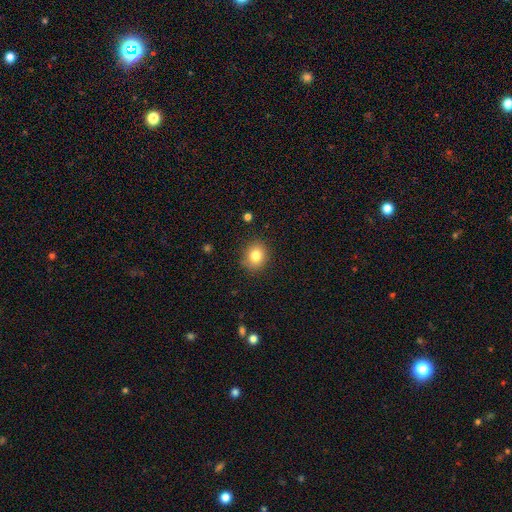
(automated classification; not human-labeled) Smooth or featured? Predicted: smooth (p=0.82). How rounded? Predicted: round (p=0.69). Merging? Predicted: none (p=0.86).